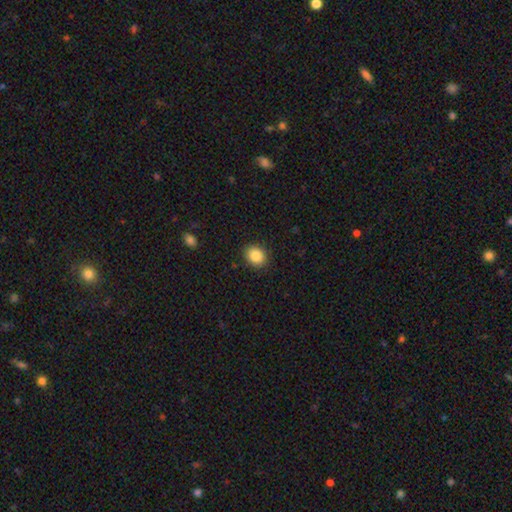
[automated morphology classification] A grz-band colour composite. It shows a smooth galaxy with no disk features (87%) that is round (52%). Merging: none (89%).